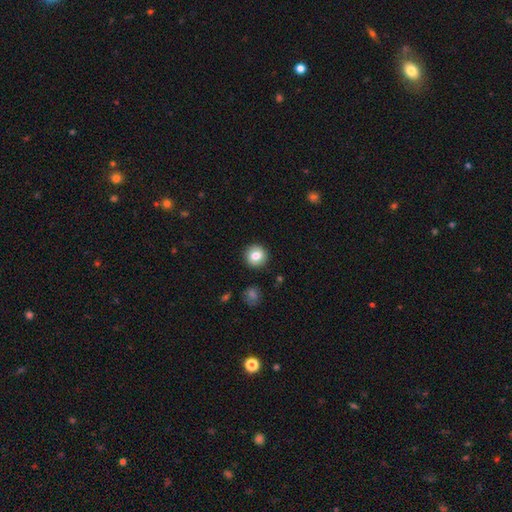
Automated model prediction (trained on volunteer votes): Overall: smooth (80%). How rounded: round (92%). Merging: none (91%).